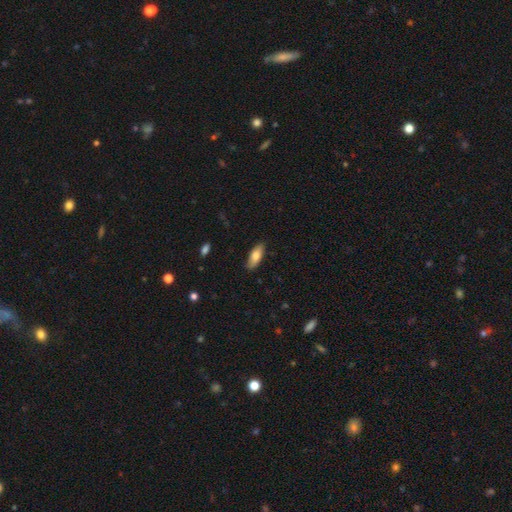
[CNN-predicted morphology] smooth 78%, featured or disk 16%, star or artifact 6%. Down the decision tree: how rounded — in between (72%); merging — none (83%).